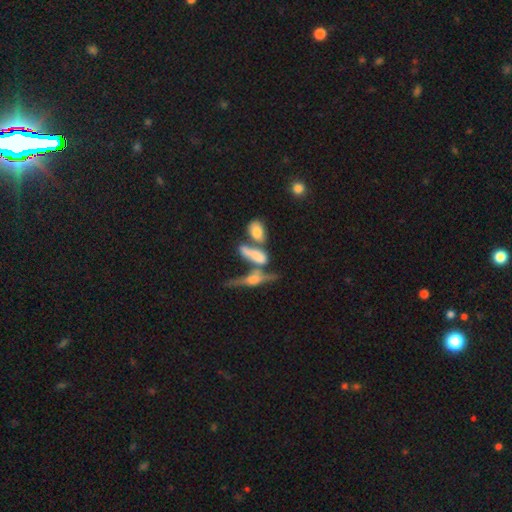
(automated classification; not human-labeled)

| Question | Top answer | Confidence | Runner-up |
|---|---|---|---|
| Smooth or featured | smooth | 48% | featured or disk (41%) |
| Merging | merger | 45% | none (29%) |